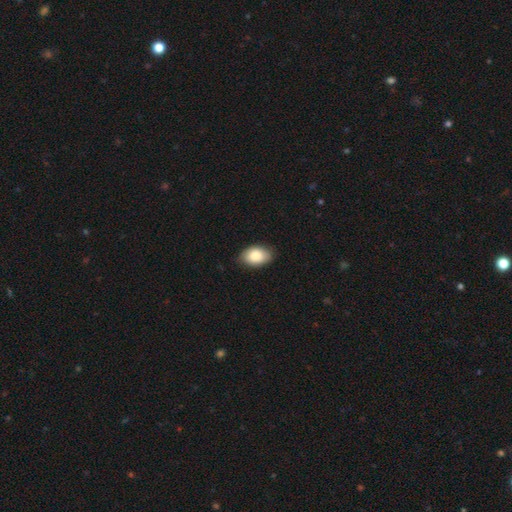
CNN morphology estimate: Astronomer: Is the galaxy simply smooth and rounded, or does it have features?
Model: smooth — 86%.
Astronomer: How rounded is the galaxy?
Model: in between — 89%.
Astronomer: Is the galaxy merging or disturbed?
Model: none — 83%.